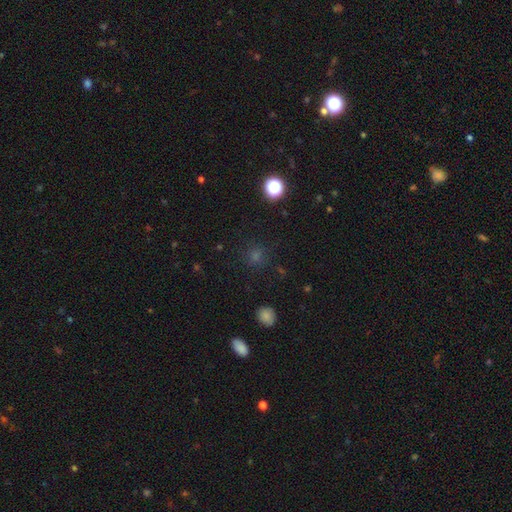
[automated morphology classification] A smooth galaxy with no disk features (54%) that is round (92%).

Vote fractions:
- Smooth or featured? smooth: 54% / star or artifact: 38% / featured or disk: 7%
- How rounded? round: 92% / in between: 7% / cigar-shaped: 1%
- Merging? none: 86% / minor disturbance: 8% / major disturbance: 4% / merger: 2%